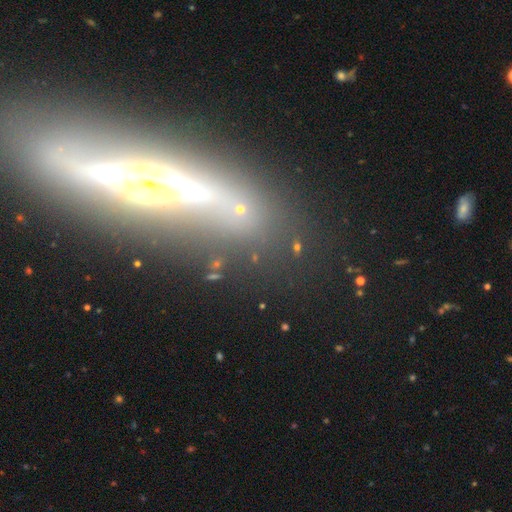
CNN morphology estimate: smooth-or-featured: featured or disk: 63% | star or artifact: 21% | smooth: 16%
  disk-edge-on: yes: 74% | no: 26%
  merging: none: 71% | minor disturbance: 14% | major disturbance: 9% | merger: 6%